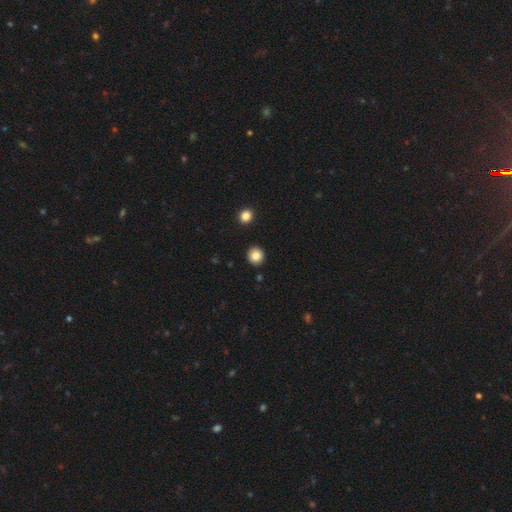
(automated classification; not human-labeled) This is clearly a smooth galaxy (86%). How rounded: clearly round (90%). Merging: clearly none (91%).